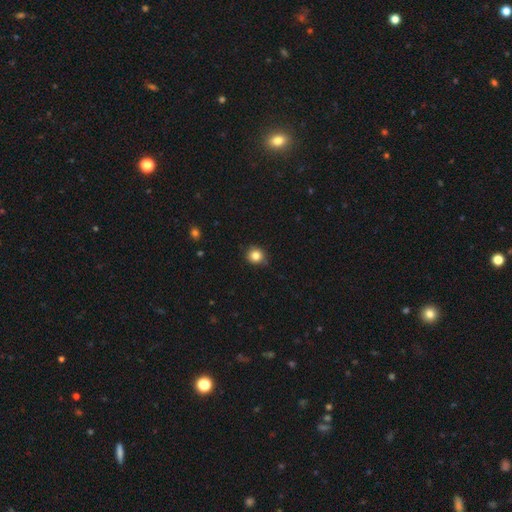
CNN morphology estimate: A smooth galaxy with no disk features (83%) that is round (89%). Merging: none (81%).